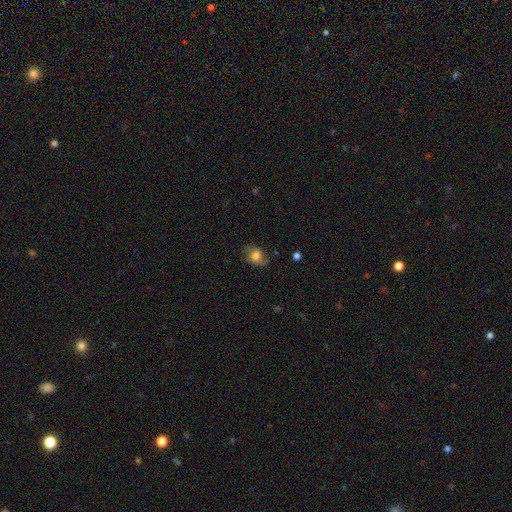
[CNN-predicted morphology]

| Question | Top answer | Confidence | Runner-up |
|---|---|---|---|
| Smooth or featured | smooth | 53% | featured or disk (36%) |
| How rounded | in between | 57% | round (42%) |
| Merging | none | 71% | minor disturbance (20%) |